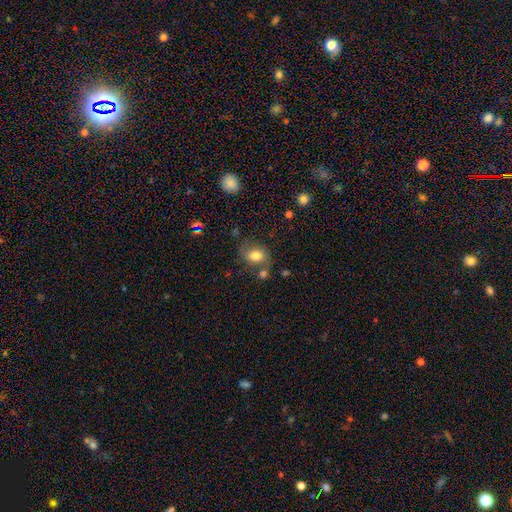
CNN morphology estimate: Smooth or featured? Predicted: smooth (p=0.75). How rounded? Predicted: in between (p=0.53). Merging? Predicted: none (p=0.63).